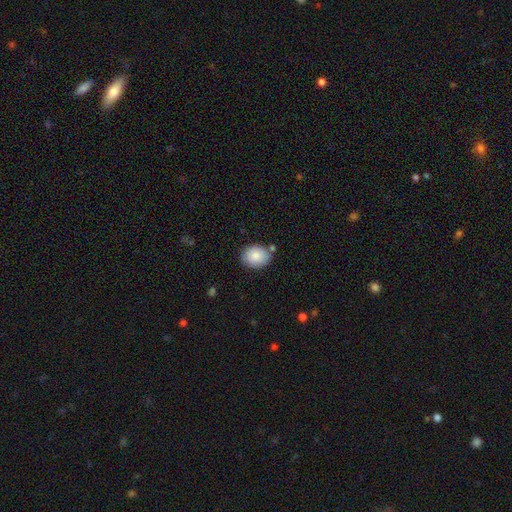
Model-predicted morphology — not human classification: smooth 86%, featured or disk 7%, star or artifact 7%. Down the decision tree: how rounded — in between (54%); merging — none (79%).